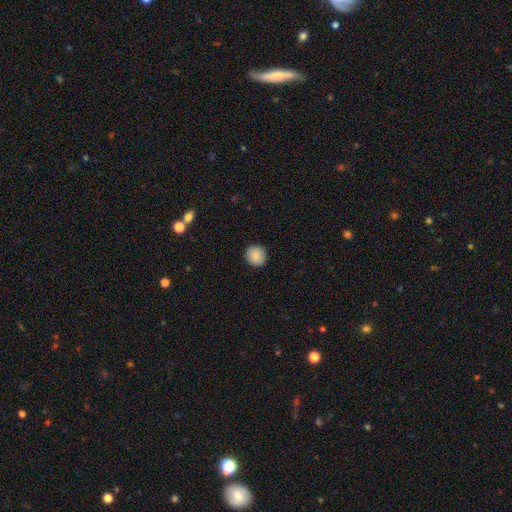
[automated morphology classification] Smooth or featured? Predicted: smooth (p=0.87). How rounded? Predicted: round (p=0.90). Merging? Predicted: none (p=0.91).